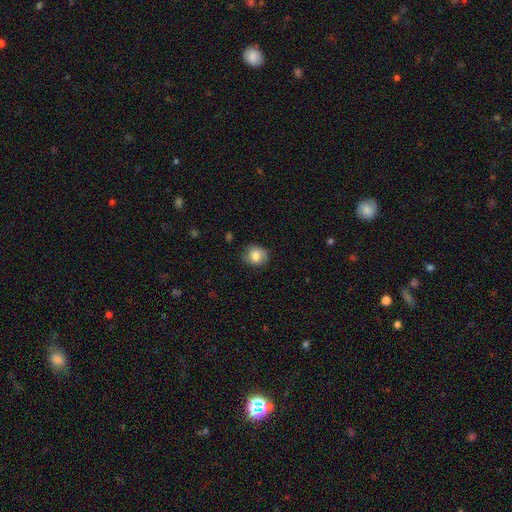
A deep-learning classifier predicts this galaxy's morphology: A smooth galaxy with no disk features (78%) that is round (66%). Merging: none (74%).